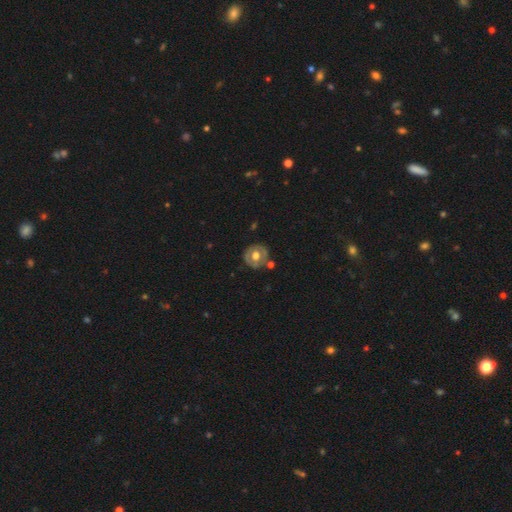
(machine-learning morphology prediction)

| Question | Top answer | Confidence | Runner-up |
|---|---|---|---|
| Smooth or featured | featured or disk | 52% | smooth (42%) |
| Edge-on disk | no | 95% | yes (5%) |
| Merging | none | 76% | minor disturbance (14%) |